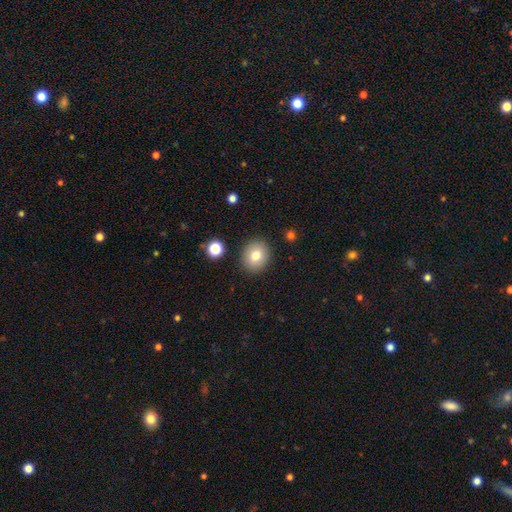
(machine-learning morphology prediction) Smooth or featured?
  - smooth: 78% *
  - featured or disk: 12%
  - star or artifact: 10%
How rounded?
  - round: 74% *
  - in between: 26%
  - cigar-shaped: 1%
Merging?
  - none: 89% *
  - minor disturbance: 7%
  - major disturbance: 2%
  - merger: 2%